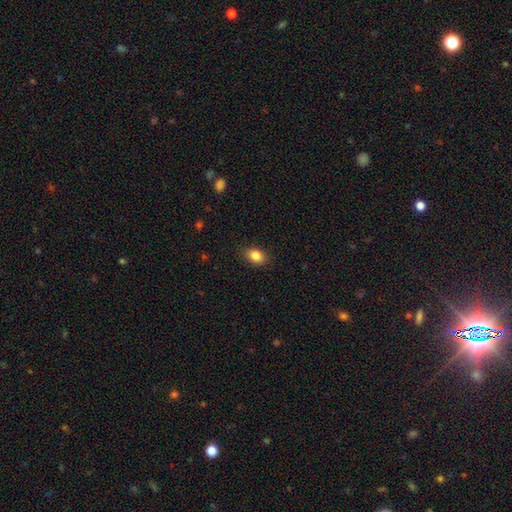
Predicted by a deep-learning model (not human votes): This appears to be a smooth galaxy with no disk features (85%) that is in between round and cigar-shaped (73%). Merging: none (87%).